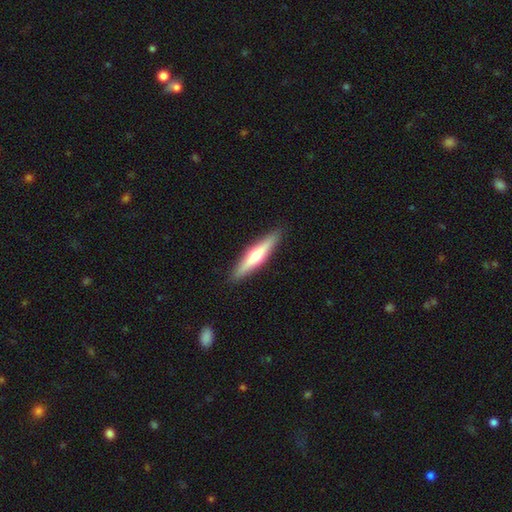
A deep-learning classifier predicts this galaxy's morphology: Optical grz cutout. It shows a featured or disk galaxy (48%). Merging: none (91%).